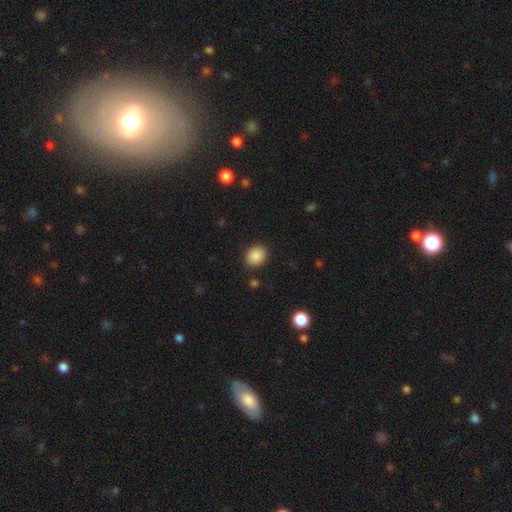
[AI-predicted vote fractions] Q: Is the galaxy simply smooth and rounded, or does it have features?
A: smooth — 88%.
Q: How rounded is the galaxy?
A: round — 54%.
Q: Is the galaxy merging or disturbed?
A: none — 88%.